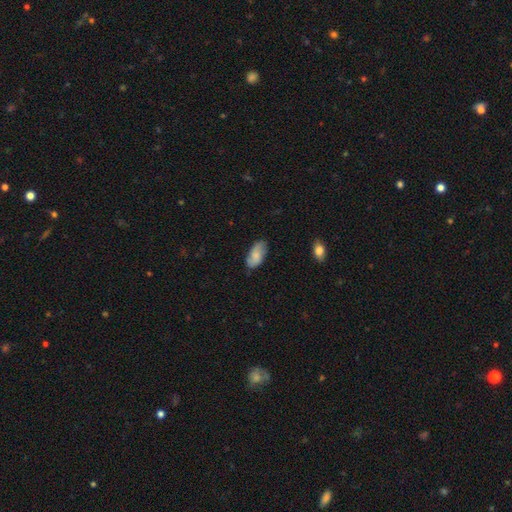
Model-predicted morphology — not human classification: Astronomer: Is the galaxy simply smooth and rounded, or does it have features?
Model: smooth — 71%.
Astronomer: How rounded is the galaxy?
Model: in between — 93%.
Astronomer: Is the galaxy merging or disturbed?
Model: none — 76%.